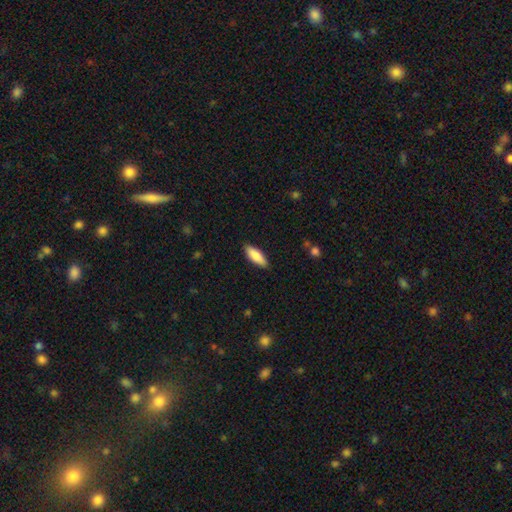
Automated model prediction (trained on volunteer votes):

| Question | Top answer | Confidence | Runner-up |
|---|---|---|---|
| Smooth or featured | smooth | 82% | featured or disk (12%) |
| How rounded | in between | 63% | cigar-shaped (35%) |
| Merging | none | 88% | minor disturbance (9%) |